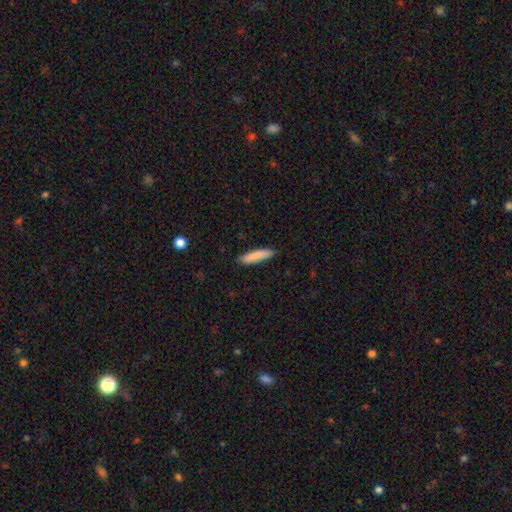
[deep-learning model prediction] Smooth or featured: smooth — 86% (featured or disk — 8%)
How rounded: cigar-shaped — 82% (in between — 17%)
Merging: none — 87% (minor disturbance — 10%)